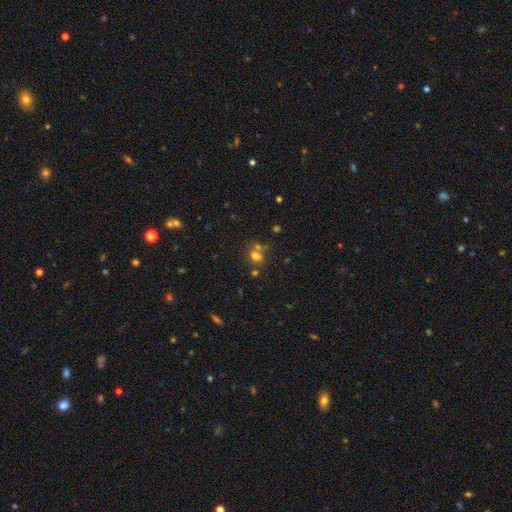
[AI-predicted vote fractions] Overall: smooth (66%). How rounded: round (62%; in between 37%). Merging: none (45%; merger 39%).